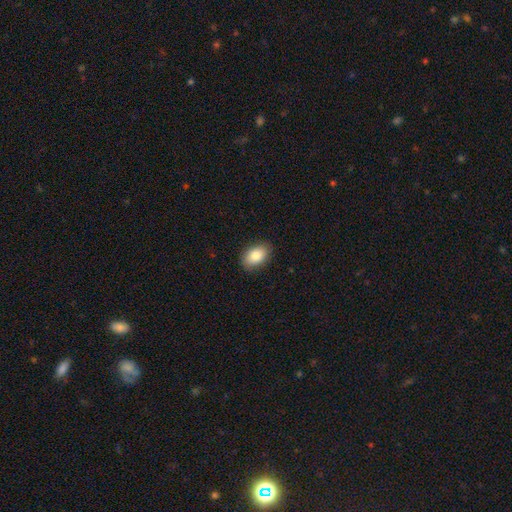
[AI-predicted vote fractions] A smooth galaxy with no disk features (84%) that is in between round and cigar-shaped (85%).

Vote fractions:
- Smooth or featured? smooth: 84% / featured or disk: 9% / star or artifact: 8%
- How rounded? in between: 85% / round: 14% / cigar-shaped: 1%
- Merging? none: 87% / minor disturbance: 10% / major disturbance: 2% / merger: 1%